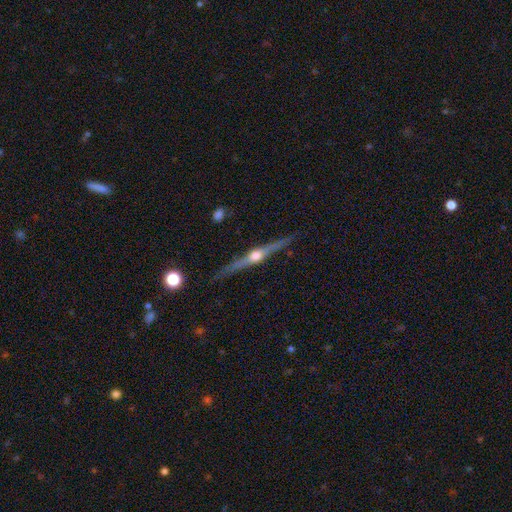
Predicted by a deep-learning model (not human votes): featured or disk 84%, smooth 11%, star or artifact 5%. Down the decision tree: edge-on disk — yes (98%); edge-on bulge — rounded (94%); merging — none (87%).